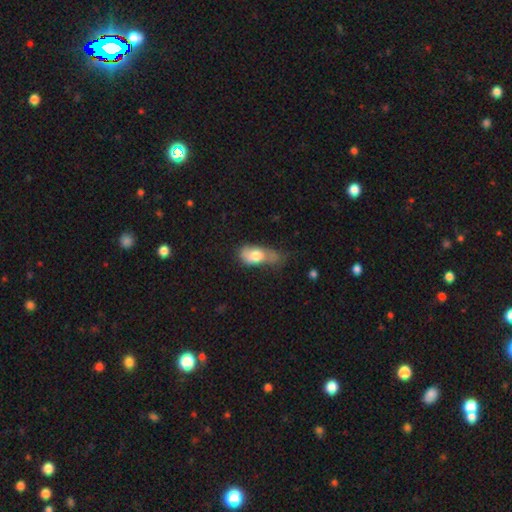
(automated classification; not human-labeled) Overall: smooth (71%). How rounded: in between (82%). Merging: minor disturbance (34%; major disturbance 32%).